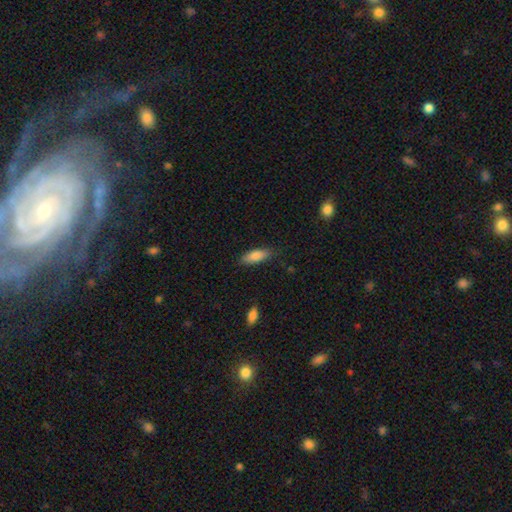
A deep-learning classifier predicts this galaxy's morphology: A smooth galaxy with no disk features (82%) that is in between round and cigar-shaped (64%).

Vote fractions:
- Smooth or featured? smooth: 82% / featured or disk: 12% / star or artifact: 6%
- How rounded? in between: 64% / cigar-shaped: 34% / round: 2%
- Merging? none: 83% / minor disturbance: 12% / major disturbance: 3% / merger: 1%